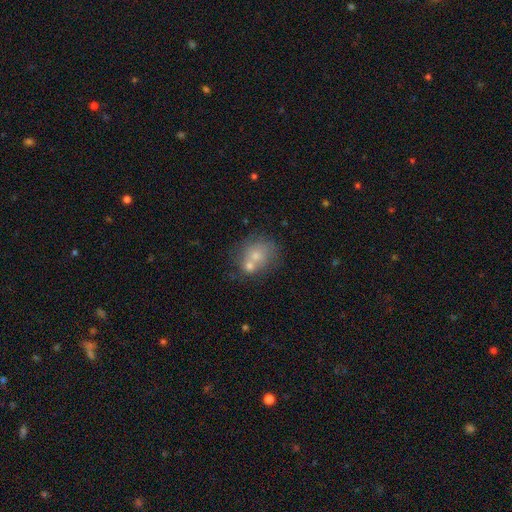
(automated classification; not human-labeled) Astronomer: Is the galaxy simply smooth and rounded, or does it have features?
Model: smooth — 59%.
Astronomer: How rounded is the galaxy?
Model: round — 69%.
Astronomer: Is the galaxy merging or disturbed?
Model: none — 42% (runner-up: merger, 41%).